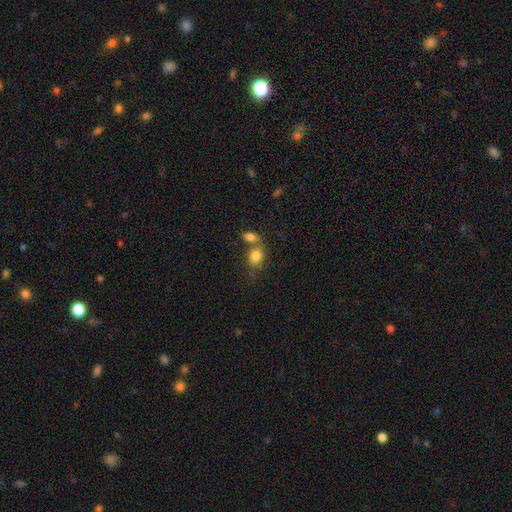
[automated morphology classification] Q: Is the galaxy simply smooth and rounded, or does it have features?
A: smooth — 82%.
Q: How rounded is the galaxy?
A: in between — 56%.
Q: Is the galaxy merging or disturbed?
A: merger — 42%.